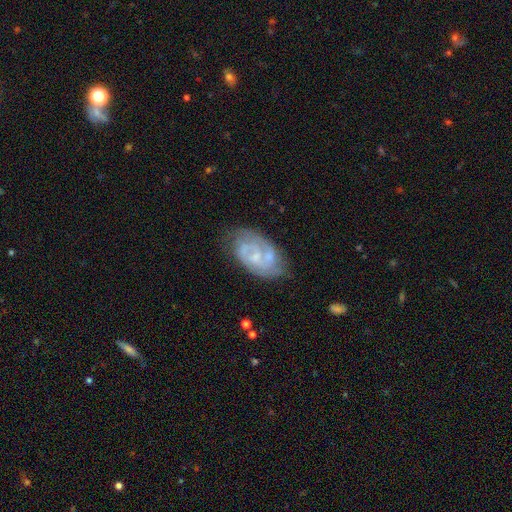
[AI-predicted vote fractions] Q: Smooth or featured?
A: featured or disk (75%); runner-up: smooth (18%)
Q: Edge-on disk?
A: no (97%); runner-up: yes (3%)
Q: Bar?
A: no (56%); runner-up: weak (38%)
Q: Spiral arms?
A: yes (86%); runner-up: no (14%)
Q: Spiral winding?
A: tight (50%); runner-up: medium (38%)
Q: Spiral arm count?
A: 2 (49%); runner-up: can't tell (29%)
Q: Bulge size?
A: small (57%); runner-up: moderate (24%)
Q: Merging?
A: none (62%); runner-up: minor disturbance (23%)